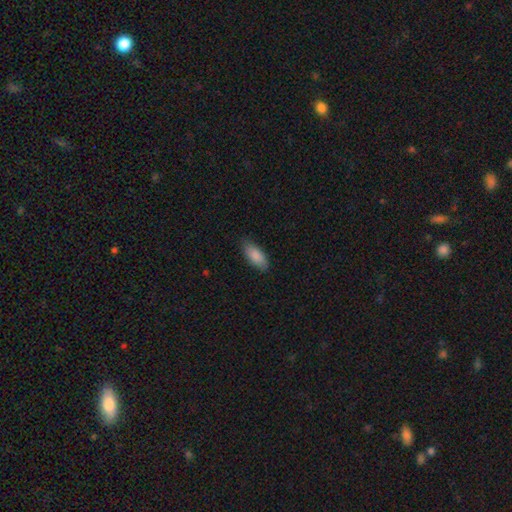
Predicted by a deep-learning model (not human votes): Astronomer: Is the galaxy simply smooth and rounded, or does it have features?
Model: smooth — 88%.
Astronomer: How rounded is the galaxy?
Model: in between — 86%.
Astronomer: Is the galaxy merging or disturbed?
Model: none — 82%.